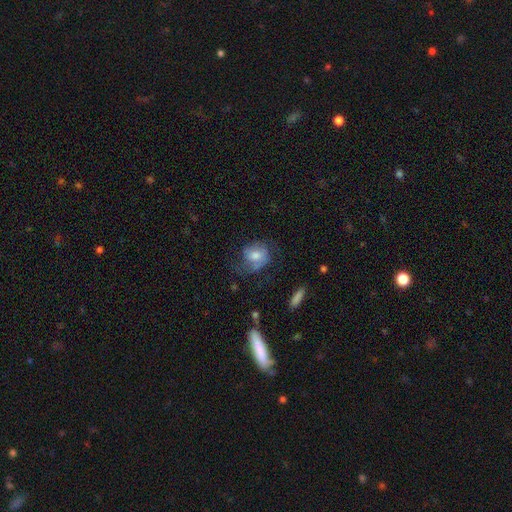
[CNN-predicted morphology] This appears to be a smooth galaxy with no disk features (50%). Merging: none (51%).